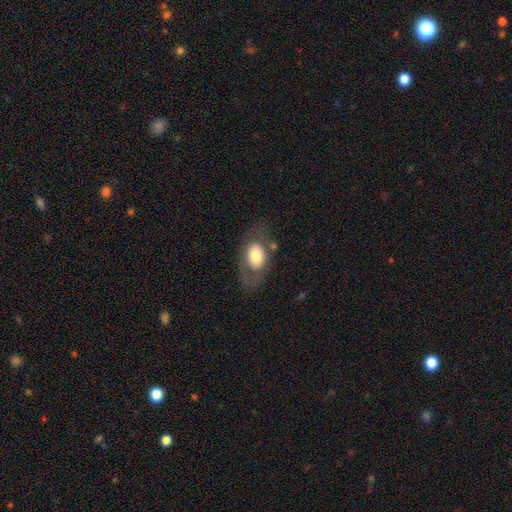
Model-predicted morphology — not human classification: smooth 62%, featured or disk 32%, star or artifact 7%. Down the decision tree: how rounded — in between (85%); merging — none (67%).